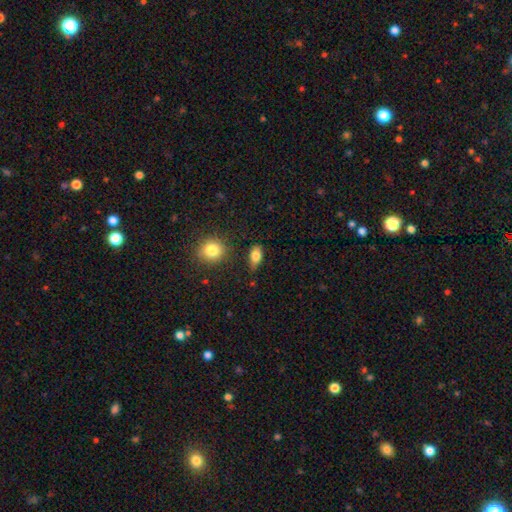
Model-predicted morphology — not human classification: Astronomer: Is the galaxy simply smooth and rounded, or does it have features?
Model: smooth — 81%.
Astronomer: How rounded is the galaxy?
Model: in between — 82%.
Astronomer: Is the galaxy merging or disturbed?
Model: none — 67%.